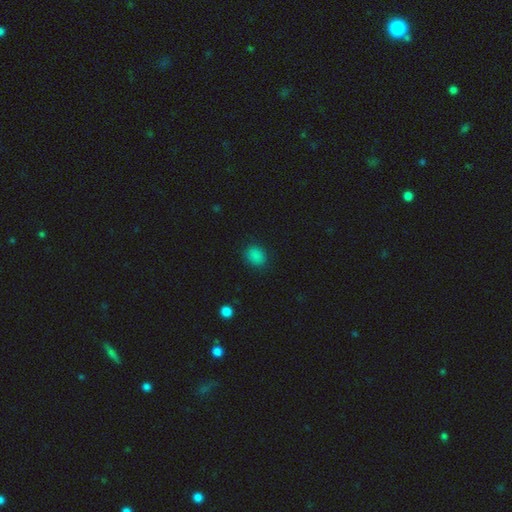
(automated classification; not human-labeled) smooth-or-featured: smooth: 84% | star or artifact: 13% | featured or disk: 3%
  how-rounded: round: 59% | in between: 40% | cigar-shaped: 1%
  merging: none: 86% | minor disturbance: 10% | major disturbance: 3% | merger: 1%